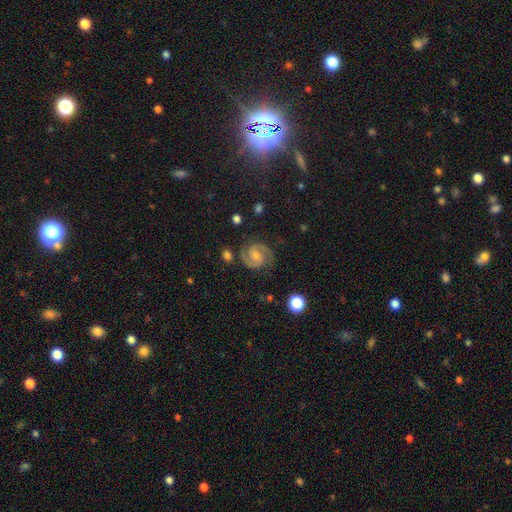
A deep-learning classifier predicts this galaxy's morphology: Smooth or featured?
  - featured or disk: 88% *
  - star or artifact: 6%
  - smooth: 6%
Edge-on disk?
  - no: 98% *
  - yes: 2%
Bar?
  - no: 50% *
  - weak: 40%
  - strong: 10%
Spiral arms?
  - yes: 98% *
  - no: 2%
Spiral winding?
  - medium: 50% *
  - tight: 42%
  - loose: 7%
Spiral arm count?
  - 2: 92% *
  - can't tell: 2%
  - 3: 2%
  - 1: 1%
  - 4: 1%
  - more than 4: 1%
Bulge size?
  - small: 49% *
  - moderate: 42%
  - none: 6%
  - large: 2%
  - dominant: 1%
Merging?
  - none: 80% *
  - minor disturbance: 13%
  - major disturbance: 5%
  - merger: 2%